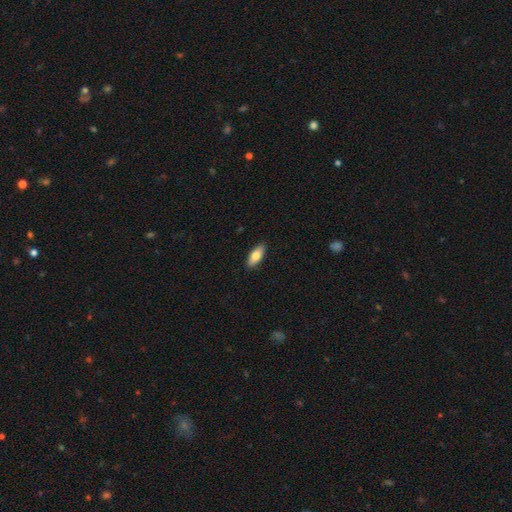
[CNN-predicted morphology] A smooth galaxy with no disk features (76%) that is in between round and cigar-shaped (76%).

Vote fractions:
- Smooth or featured? smooth: 76% / featured or disk: 18% / star or artifact: 6%
- How rounded? in between: 76% / cigar-shaped: 22% / round: 2%
- Merging? none: 90% / minor disturbance: 8% / major disturbance: 2% / merger: 1%